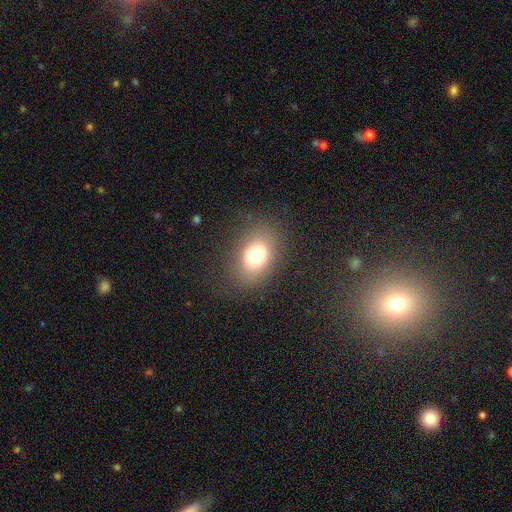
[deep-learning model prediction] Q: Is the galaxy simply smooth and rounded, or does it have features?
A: smooth — 73%.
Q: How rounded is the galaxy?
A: in between — 72%.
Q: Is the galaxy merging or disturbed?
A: none — 79%.